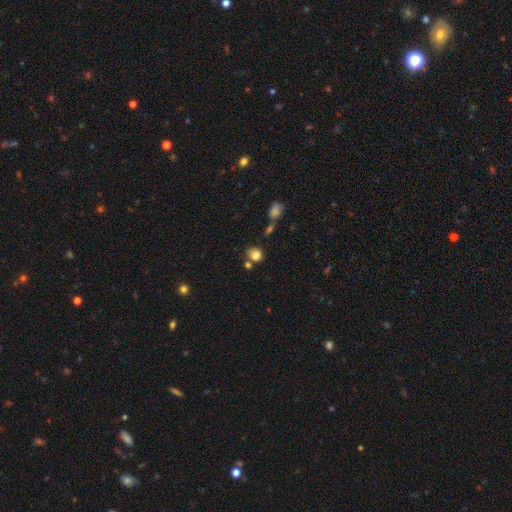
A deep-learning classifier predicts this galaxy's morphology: Smooth or featured?
  - smooth: 81% *
  - star or artifact: 12%
  - featured or disk: 8%
How rounded?
  - round: 68% *
  - in between: 31%
  - cigar-shaped: 1%
Merging?
  - none: 61% *
  - merger: 20%
  - minor disturbance: 14%
  - major disturbance: 5%